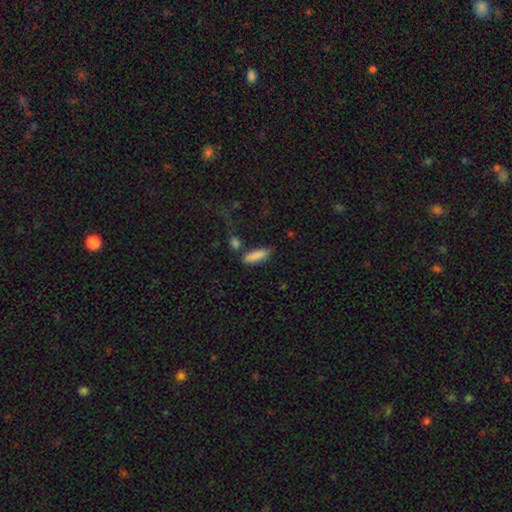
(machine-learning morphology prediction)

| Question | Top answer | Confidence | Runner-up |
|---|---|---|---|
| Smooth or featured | smooth | 86% | star or artifact (7%) |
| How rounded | cigar-shaped | 50% | in between (48%) |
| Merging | none | 71% | minor disturbance (15%) |